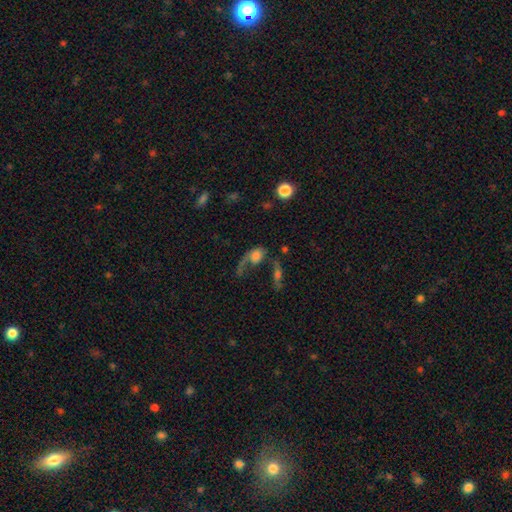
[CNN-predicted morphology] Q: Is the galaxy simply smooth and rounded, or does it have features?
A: smooth — 53%.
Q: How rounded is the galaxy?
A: in between — 64%.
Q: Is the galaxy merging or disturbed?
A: major disturbance — 44%.